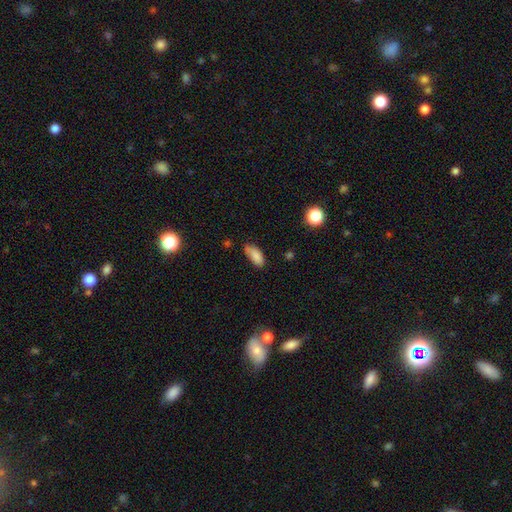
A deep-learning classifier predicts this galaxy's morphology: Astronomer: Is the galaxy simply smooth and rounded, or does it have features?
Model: smooth — 84%.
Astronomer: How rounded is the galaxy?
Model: in between — 86%.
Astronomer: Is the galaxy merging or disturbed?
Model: none — 61%.